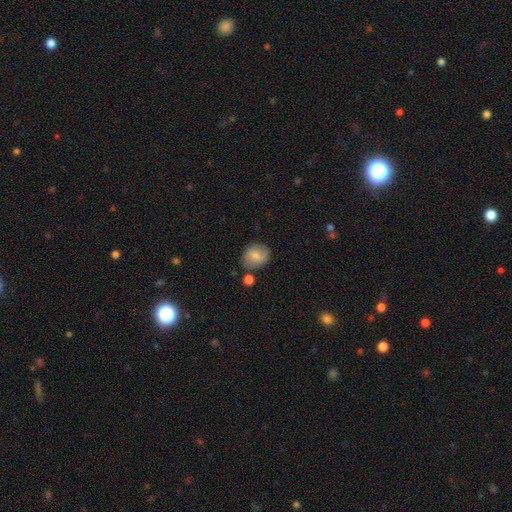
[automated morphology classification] The model was most divided on "how rounded": round: 65%, in between: 34%, cigar-shaped: 1%. More confident: smooth or featured — smooth (77%); merging — none (73%).